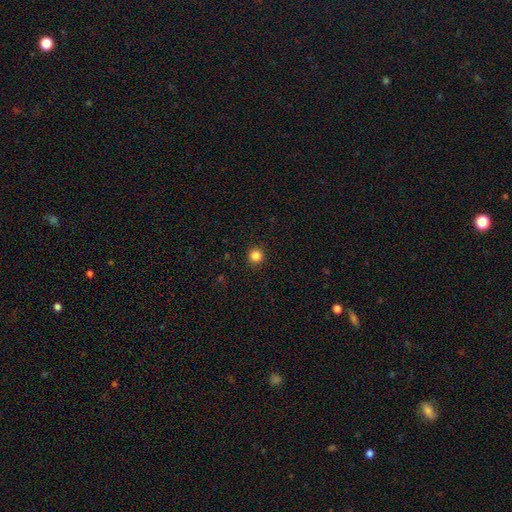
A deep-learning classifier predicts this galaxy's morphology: Smooth or featured? Predicted: smooth (p=0.84). How rounded? Predicted: round (p=0.95). Merging? Predicted: none (p=0.92).